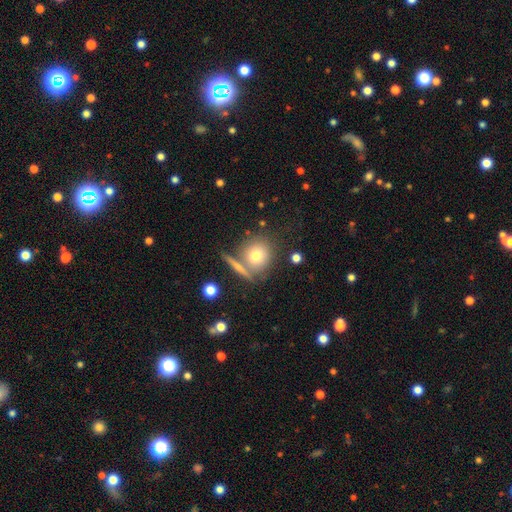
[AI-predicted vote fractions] Q: Smooth or featured?
A: smooth (71%); runner-up: featured or disk (19%)
Q: How rounded?
A: round (85%); runner-up: in between (13%)
Q: Merging?
A: none (64%); runner-up: merger (20%)